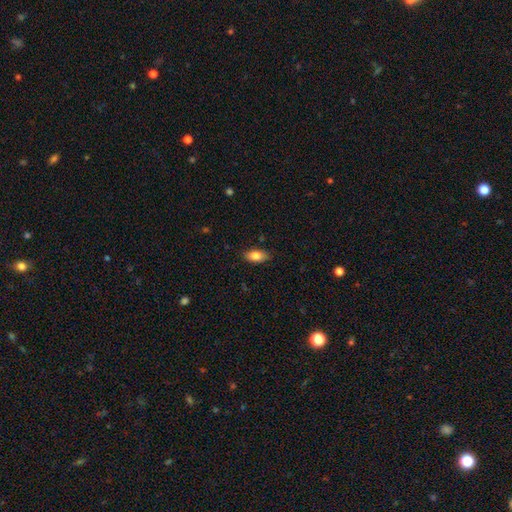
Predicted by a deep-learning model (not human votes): smooth 82%, featured or disk 11%, star or artifact 7%. Down the decision tree: how rounded — in between (89%); merging — none (86%).